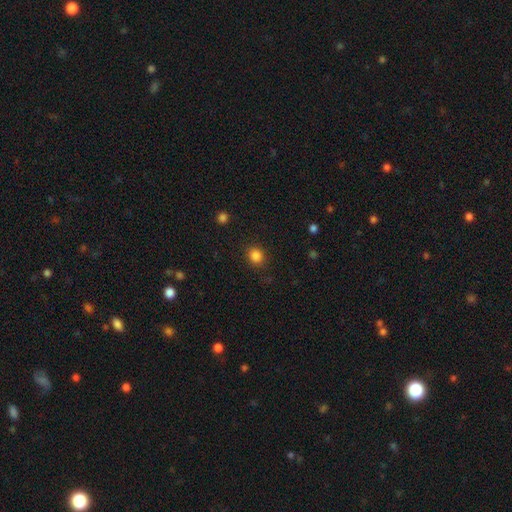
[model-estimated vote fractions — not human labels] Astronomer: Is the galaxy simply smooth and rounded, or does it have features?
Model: smooth — 85%.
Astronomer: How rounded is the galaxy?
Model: round — 72%.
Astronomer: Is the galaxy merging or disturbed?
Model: none — 87%.